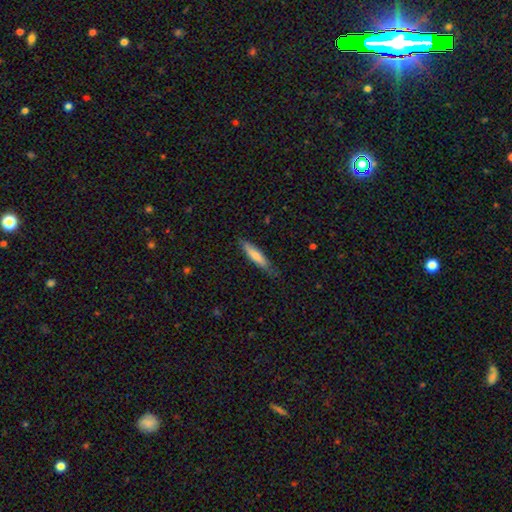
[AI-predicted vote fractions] smooth-or-featured: smooth: 72% | featured or disk: 22% | star or artifact: 6%
  how-rounded: cigar-shaped: 80% | in between: 19% | round: 1%
  merging: none: 76% | minor disturbance: 19% | major disturbance: 3% | merger: 1%